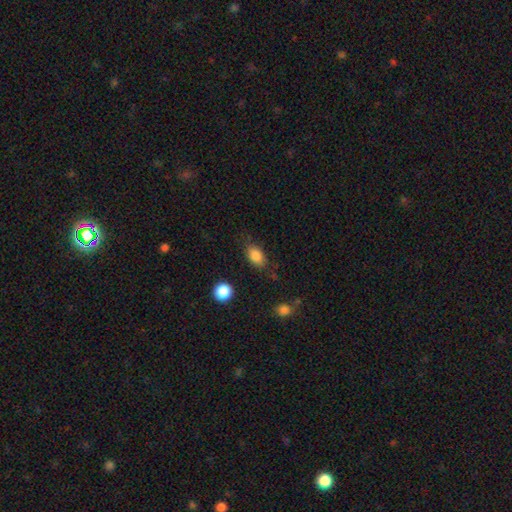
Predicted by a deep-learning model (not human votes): smooth 84%, star or artifact 8%, featured or disk 7%. Down the decision tree: how rounded — in between (85%); merging — none (75%).